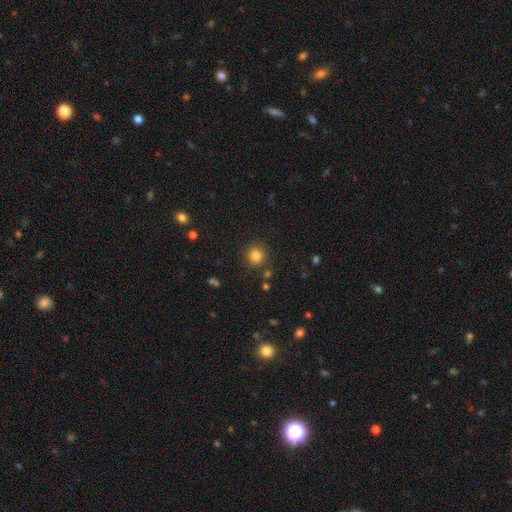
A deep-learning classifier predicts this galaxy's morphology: A smooth galaxy with no disk features (83%) that is round (93%).

Vote fractions:
- Smooth or featured? smooth: 83% / star or artifact: 13% / featured or disk: 4%
- How rounded? round: 93% / in between: 6% / cigar-shaped: 1%
- Merging? none: 88% / minor disturbance: 7% / merger: 3% / major disturbance: 3%